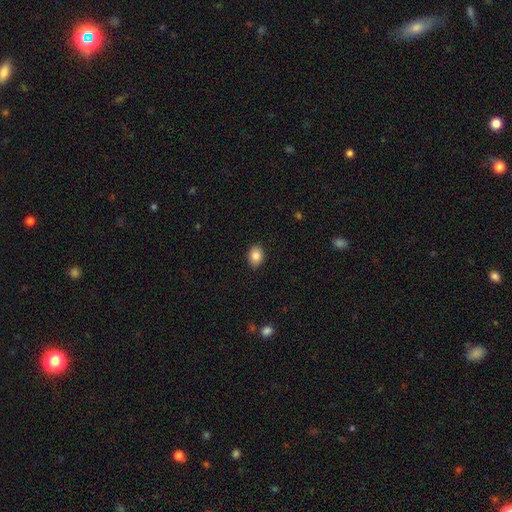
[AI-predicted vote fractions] smooth 86%, star or artifact 8%, featured or disk 5%. Down the decision tree: how rounded — in between (62%); merging — none (89%).